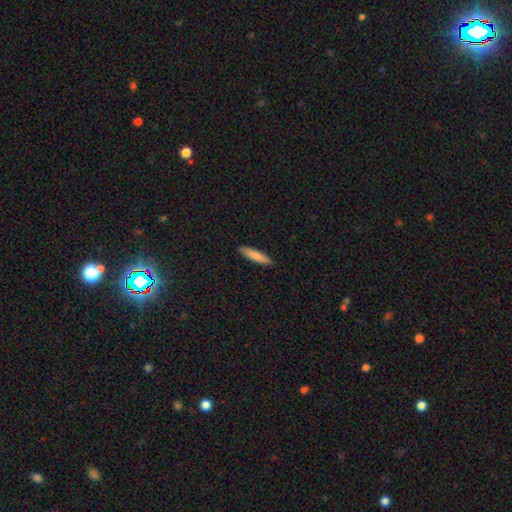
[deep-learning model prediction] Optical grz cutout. It shows a smooth galaxy with no disk features (83%) that is cigar-shaped (85%). Merging: none (91%).